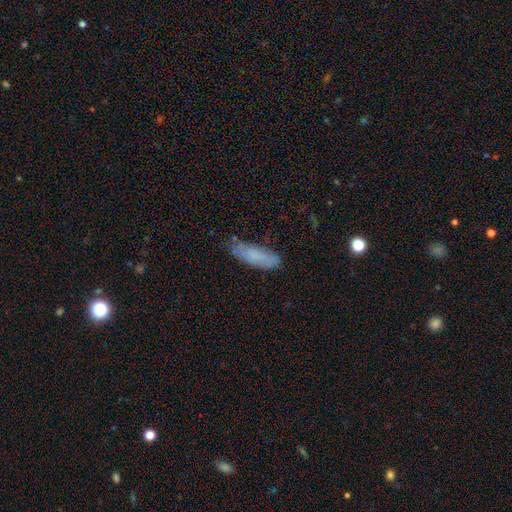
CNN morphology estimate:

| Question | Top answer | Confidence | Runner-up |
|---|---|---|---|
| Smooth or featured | smooth | 65% | featured or disk (26%) |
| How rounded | in between | 55% | cigar-shaped (43%) |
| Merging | none | 66% | minor disturbance (25%) |